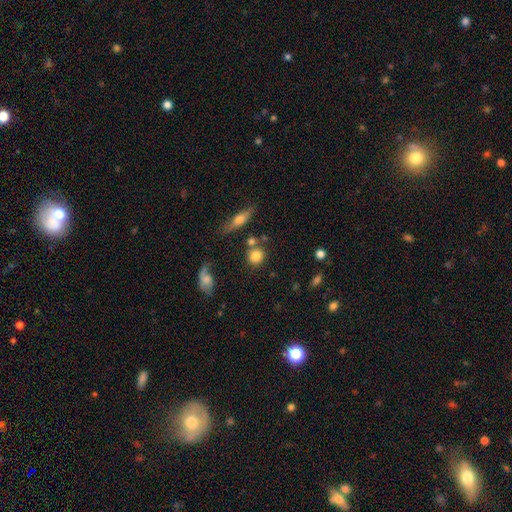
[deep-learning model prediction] Smooth or featured?
  - smooth: 81% *
  - star or artifact: 10%
  - featured or disk: 9%
How rounded?
  - round: 82% *
  - in between: 16%
  - cigar-shaped: 2%
Merging?
  - none: 69% *
  - merger: 14%
  - minor disturbance: 12%
  - major disturbance: 4%